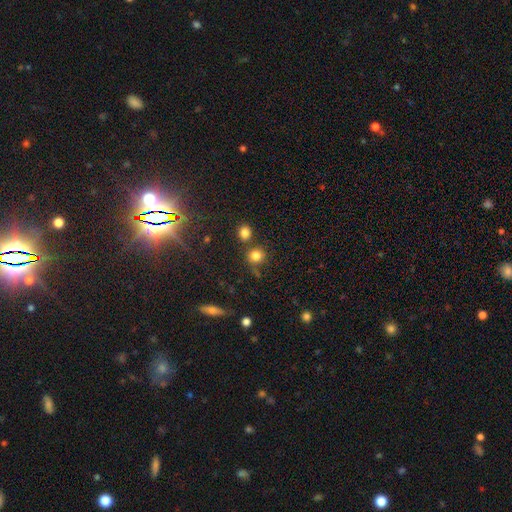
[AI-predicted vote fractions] The model was most divided on "merging": none: 68%, merger: 17%, minor disturbance: 11%, major disturbance: 5%. More confident: how rounded — round (88%); smooth or featured — smooth (80%).